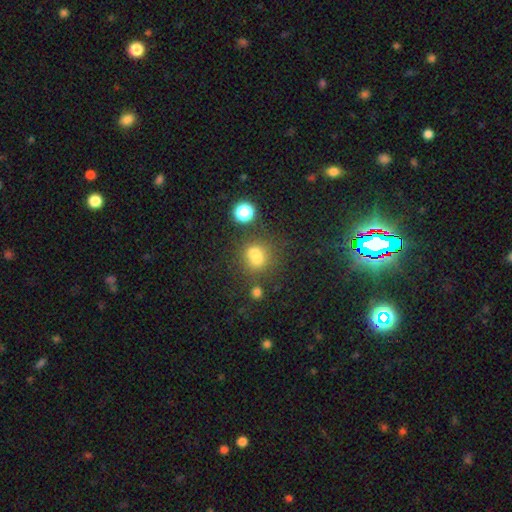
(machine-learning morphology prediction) Smooth or featured? Predicted: smooth (p=0.65). How rounded? Predicted: round (p=0.80). Merging? Predicted: merger (p=0.43).